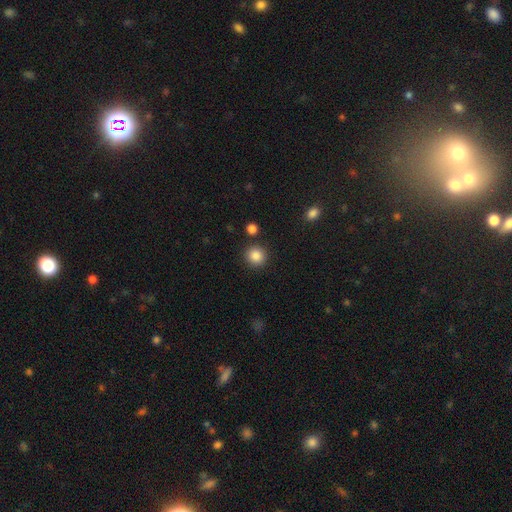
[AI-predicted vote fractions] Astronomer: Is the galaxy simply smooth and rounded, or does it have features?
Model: smooth — 86%.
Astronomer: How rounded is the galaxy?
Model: round — 92%.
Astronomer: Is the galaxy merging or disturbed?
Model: none — 89%.